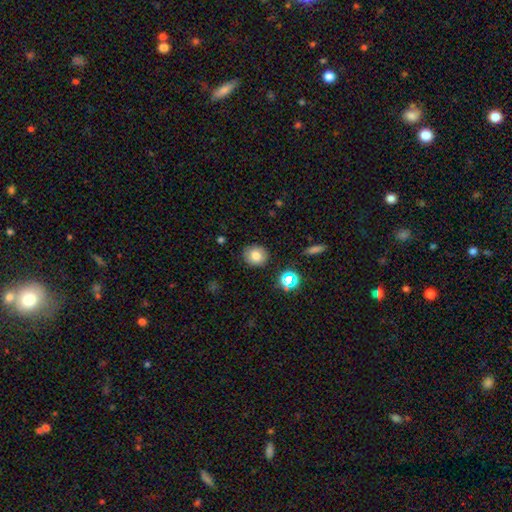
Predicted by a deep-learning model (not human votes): smooth 79%, star or artifact 12%, featured or disk 9%. Down the decision tree: how rounded — round (81%); merging — none (87%).